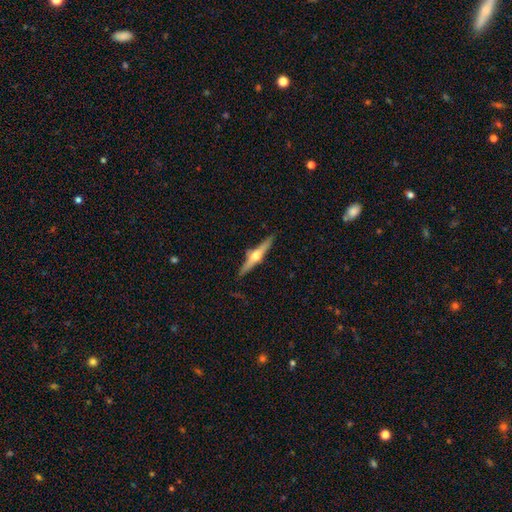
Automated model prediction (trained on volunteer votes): The model was most divided on "smooth or featured": featured or disk: 73%, smooth: 21%, star or artifact: 6%. More confident: edge-on disk — yes (97%); edge-on bulge — rounded (95%); merging — none (85%).